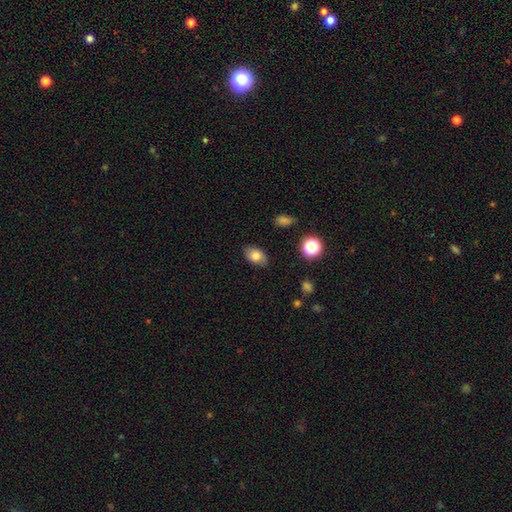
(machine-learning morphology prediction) smooth-or-featured: smooth: 80% | featured or disk: 11% | star or artifact: 9%
  how-rounded: in between: 86% | round: 13% | cigar-shaped: 1%
  merging: none: 82% | minor disturbance: 14% | major disturbance: 3% | merger: 1%